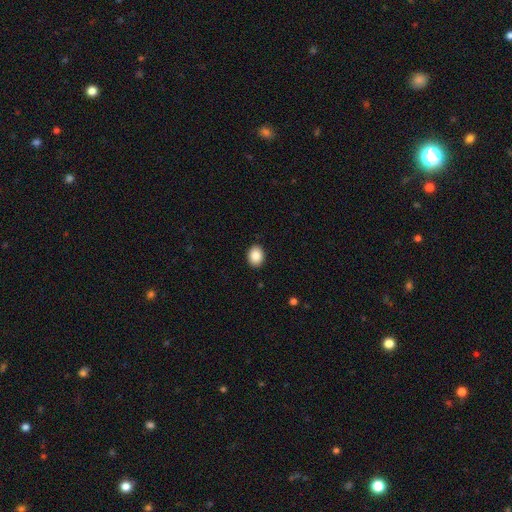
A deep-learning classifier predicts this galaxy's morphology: Smooth or featured?
  - smooth: 89% *
  - star or artifact: 8%
  - featured or disk: 3%
How rounded?
  - in between: 64% *
  - round: 35%
  - cigar-shaped: 1%
Merging?
  - none: 90% *
  - minor disturbance: 7%
  - major disturbance: 2%
  - merger: 1%